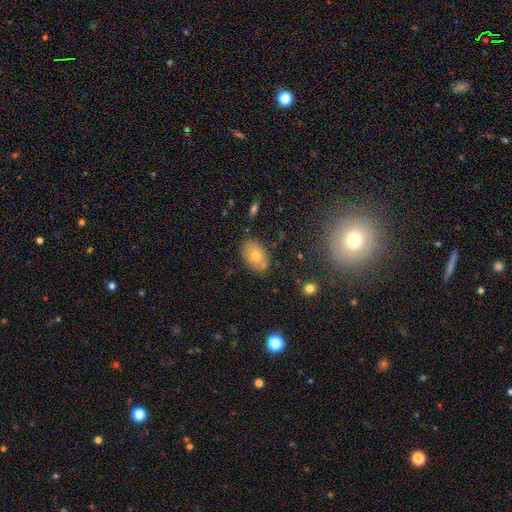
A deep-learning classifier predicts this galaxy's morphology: smooth_or_featured: smooth (p=0.67) [alt: featured or disk p=0.20]
how_rounded: in between (p=0.85) [alt: round p=0.13]
merging: none (p=0.81) [alt: minor disturbance p=0.12]